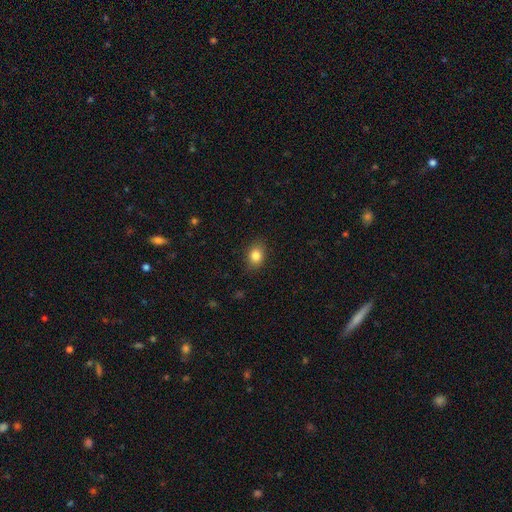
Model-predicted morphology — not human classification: smooth_or_featured: smooth (p=0.84) [alt: star or artifact p=0.10]
how_rounded: in between (p=0.59) [alt: round p=0.40]
merging: none (p=0.86) [alt: minor disturbance p=0.10]